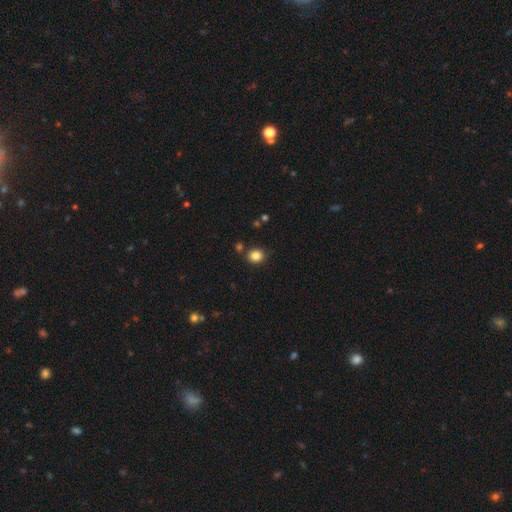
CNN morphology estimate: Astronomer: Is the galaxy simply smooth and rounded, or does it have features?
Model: smooth — 84%.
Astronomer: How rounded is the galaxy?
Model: round — 70%.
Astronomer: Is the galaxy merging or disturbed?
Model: none — 83%.